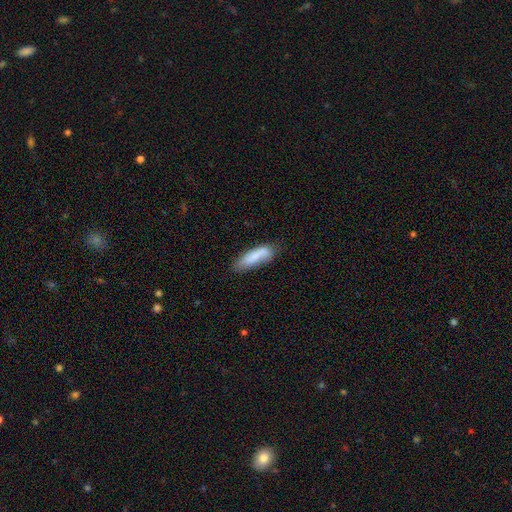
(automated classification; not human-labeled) Smooth or featured? smooth (75%)
How rounded? cigar-shaped (50%)
Merging? none (63%)